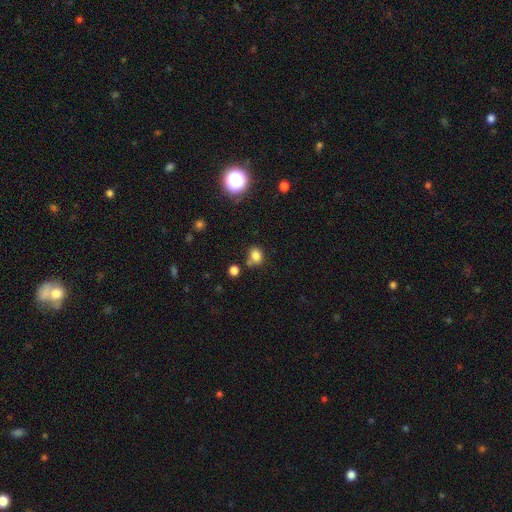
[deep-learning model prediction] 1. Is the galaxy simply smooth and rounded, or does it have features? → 78% smooth, 15% star or artifact, 7% featured or disk.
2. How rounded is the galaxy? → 51% in between, 48% round, 1% cigar-shaped.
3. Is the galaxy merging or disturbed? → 59% none, 18% merger, 17% minor disturbance, 5% major disturbance.